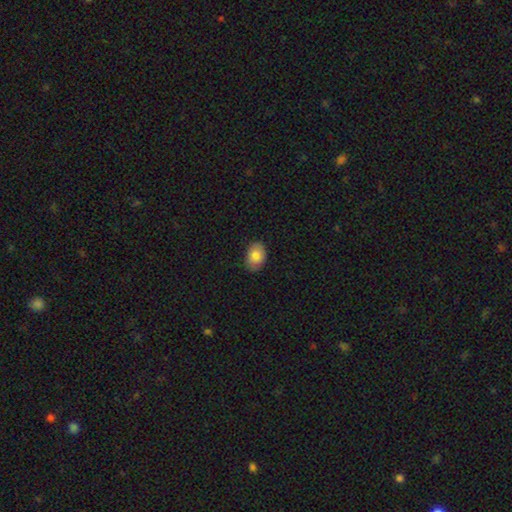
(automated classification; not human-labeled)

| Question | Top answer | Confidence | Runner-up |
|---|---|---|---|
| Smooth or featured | smooth | 83% | featured or disk (9%) |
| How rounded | in between | 81% | round (18%) |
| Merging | none | 85% | minor disturbance (12%) |